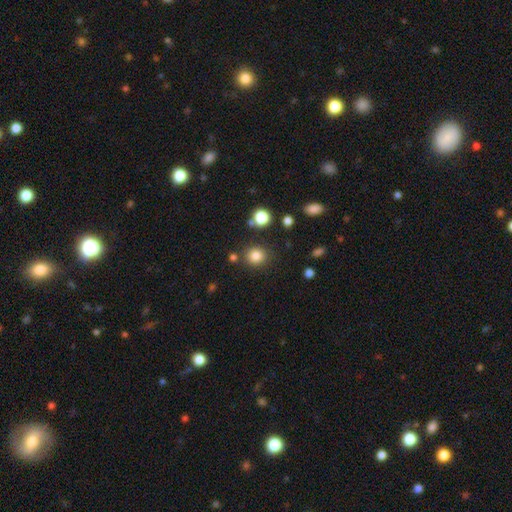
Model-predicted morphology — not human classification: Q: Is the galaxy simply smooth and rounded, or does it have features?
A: smooth — 83%.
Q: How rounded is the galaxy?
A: round — 85%.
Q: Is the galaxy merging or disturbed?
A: none — 84%.